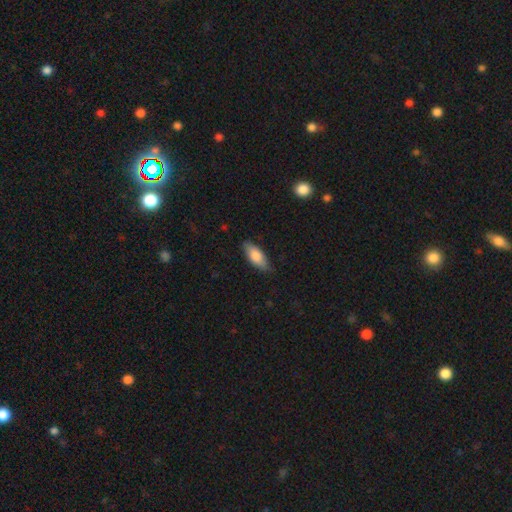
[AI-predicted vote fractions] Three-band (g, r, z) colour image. It shows a smooth galaxy with no disk features (79%) that is in between round and cigar-shaped (77%). Merging: none (82%).